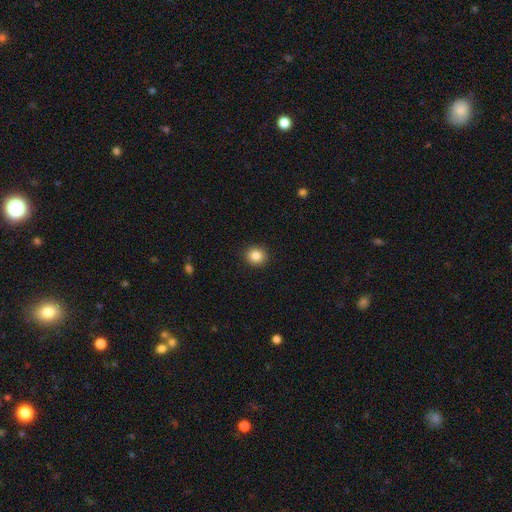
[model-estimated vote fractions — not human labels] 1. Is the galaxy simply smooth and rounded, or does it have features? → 86% smooth, 10% star or artifact, 5% featured or disk.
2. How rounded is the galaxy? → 87% round, 12% in between, 1% cigar-shaped.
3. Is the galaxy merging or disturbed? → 92% none, 5% minor disturbance, 2% major disturbance, 1% merger.